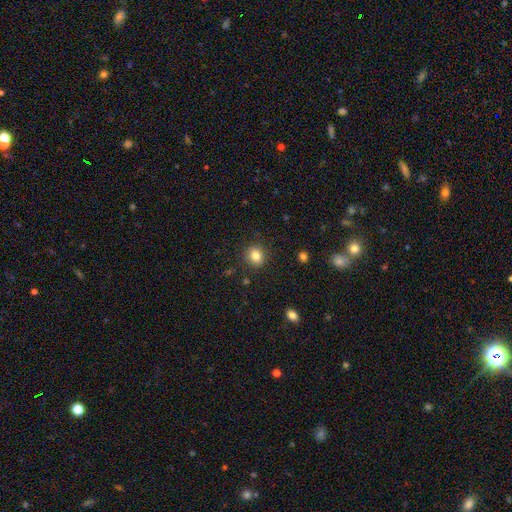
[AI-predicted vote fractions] A smooth galaxy with no disk features (83%) that is round (78%).

Vote fractions:
- Smooth or featured? smooth: 83% / star or artifact: 11% / featured or disk: 6%
- How rounded? round: 78% / in between: 21% / cigar-shaped: 1%
- Merging? none: 88% / minor disturbance: 8% / major disturbance: 2% / merger: 1%